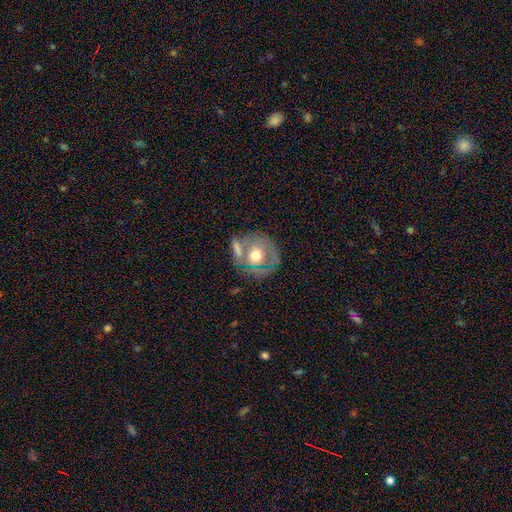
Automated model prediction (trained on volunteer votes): A smooth galaxy with no disk features (49%).

Vote fractions:
- Smooth or featured? smooth: 49% / featured or disk: 43% / star or artifact: 8%
- Merging? none: 55% / merger: 22% / minor disturbance: 15% / major disturbance: 8%